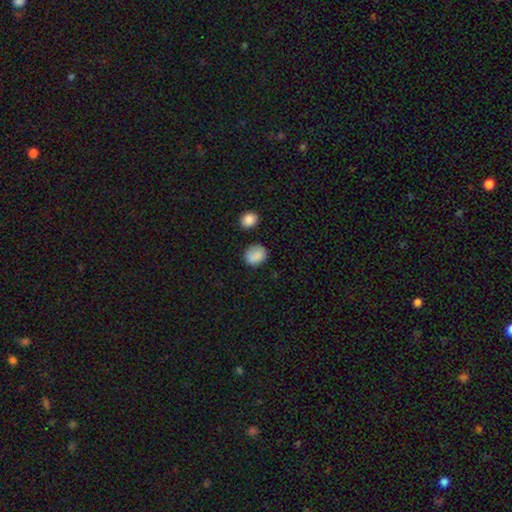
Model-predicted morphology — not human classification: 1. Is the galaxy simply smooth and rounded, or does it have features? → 86% smooth, 9% star or artifact, 5% featured or disk.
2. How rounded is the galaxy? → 63% round, 36% in between, 1% cigar-shaped.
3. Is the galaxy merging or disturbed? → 76% none, 16% minor disturbance, 4% major disturbance, 4% merger.